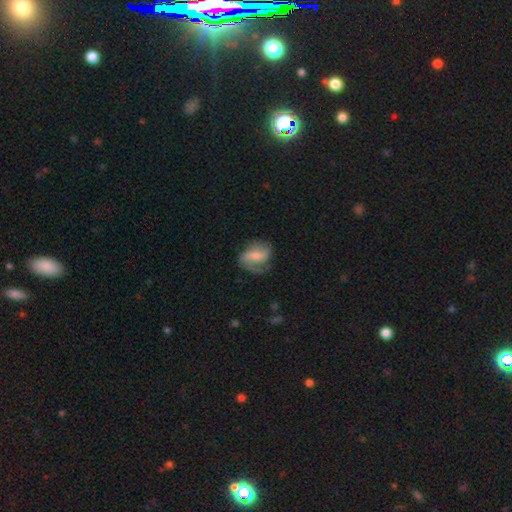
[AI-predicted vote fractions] Morphology: type=featured or disk (71%); edge-on=no (97%); bar=weak (44%); spiral arms=yes (90%); winding=medium (42%); arm count=2 (70%); bulge=small (53%); merging=none (64%).